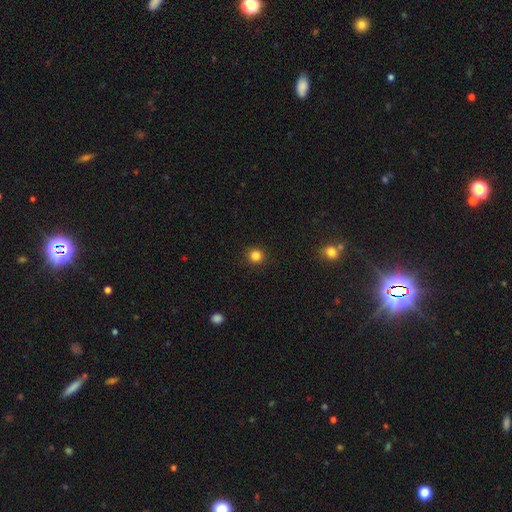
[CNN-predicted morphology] smooth 84%, star or artifact 13%, featured or disk 4%. Down the decision tree: how rounded — round (93%); merging — none (92%).